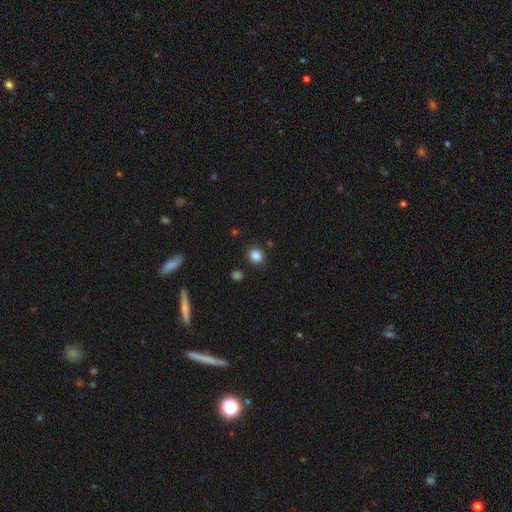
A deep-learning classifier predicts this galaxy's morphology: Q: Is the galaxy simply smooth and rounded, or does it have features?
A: smooth — 85%.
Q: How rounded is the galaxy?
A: round — 69%.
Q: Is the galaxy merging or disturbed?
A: none — 87%.